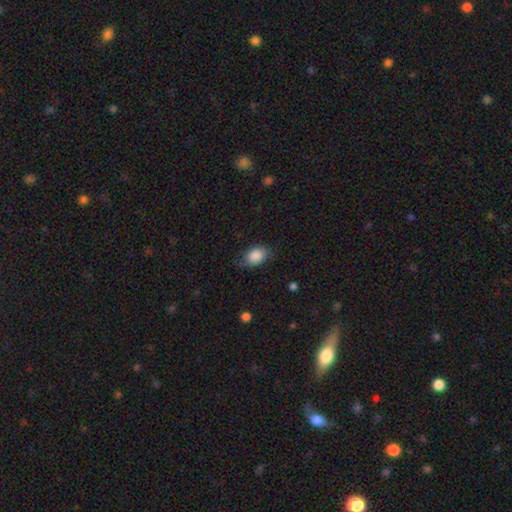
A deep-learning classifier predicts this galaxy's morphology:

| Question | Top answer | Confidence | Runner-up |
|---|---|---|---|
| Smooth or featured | smooth | 86% | featured or disk (7%) |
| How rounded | in between | 85% | round (14%) |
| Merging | none | 68% | minor disturbance (24%) |